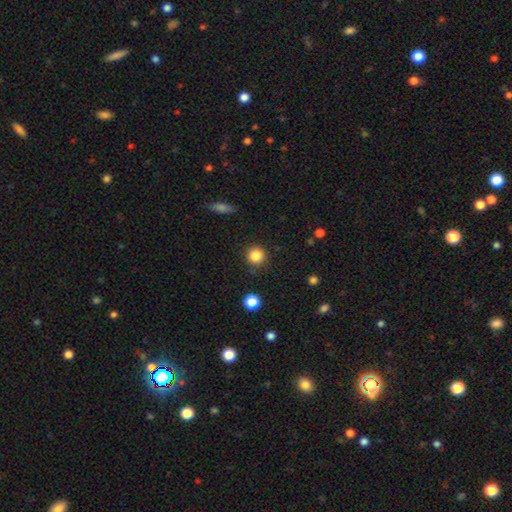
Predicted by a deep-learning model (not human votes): smooth-or-featured: smooth: 86% | star or artifact: 11% | featured or disk: 4%
  how-rounded: round: 94% | in between: 5% | cigar-shaped: 1%
  merging: none: 88% | minor disturbance: 7% | major disturbance: 2% | merger: 2%